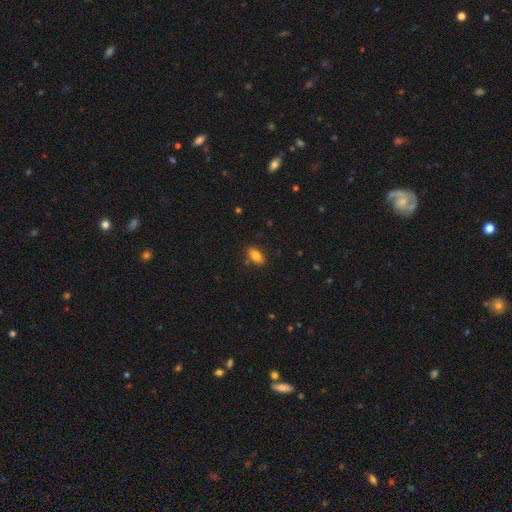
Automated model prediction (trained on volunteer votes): smooth 80%, featured or disk 12%, star or artifact 8%. Down the decision tree: how rounded — in between (87%); merging — none (82%).